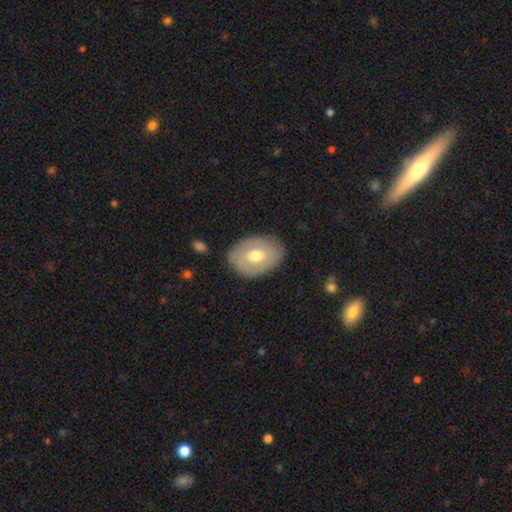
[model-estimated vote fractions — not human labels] smooth_or_featured: smooth (p=0.55) [alt: featured or disk p=0.39]
how_rounded: in between (p=0.74) [alt: round p=0.25]
merging: none (p=0.83) [alt: minor disturbance p=0.13]